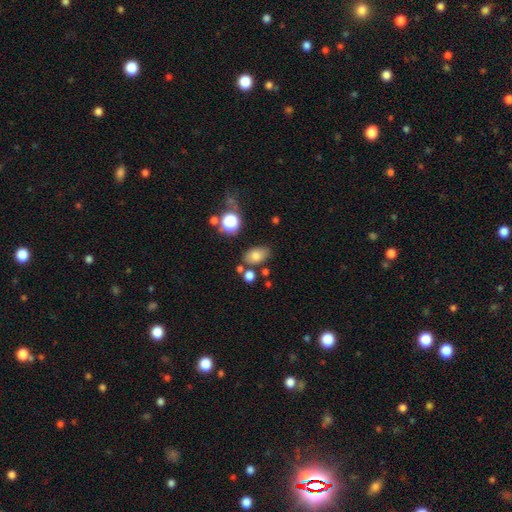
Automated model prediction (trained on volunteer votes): smooth 75%, featured or disk 12%, star or artifact 12%. Down the decision tree: how rounded — in between (86%); merging — none (72%).